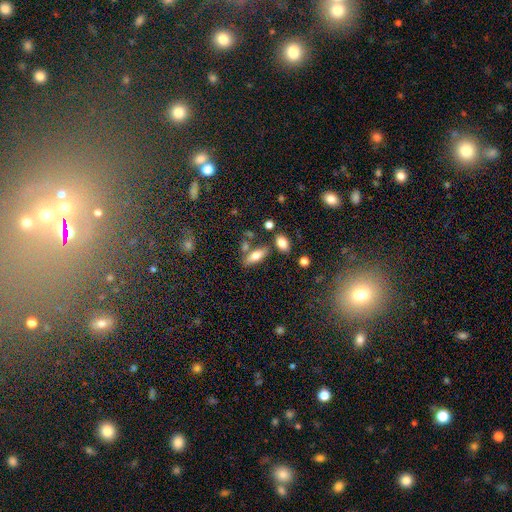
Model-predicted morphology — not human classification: Smooth or featured? smooth (69%)
How rounded? in between (67%)
Merging? none (69%)